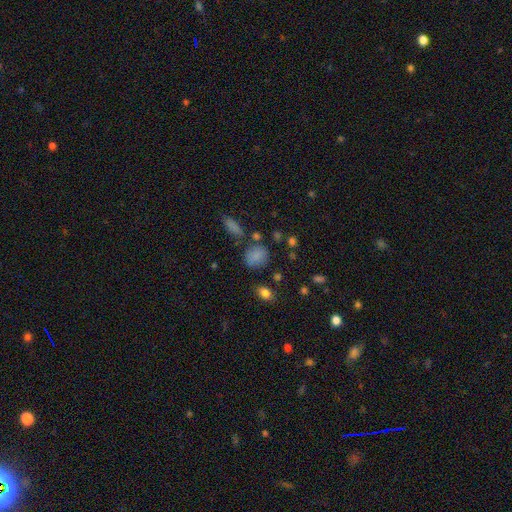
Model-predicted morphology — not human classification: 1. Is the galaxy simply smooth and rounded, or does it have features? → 80% smooth, 13% star or artifact, 7% featured or disk.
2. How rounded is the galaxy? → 64% round, 34% in between, 2% cigar-shaped.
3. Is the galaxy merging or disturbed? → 69% none, 18% minor disturbance, 7% merger, 6% major disturbance.